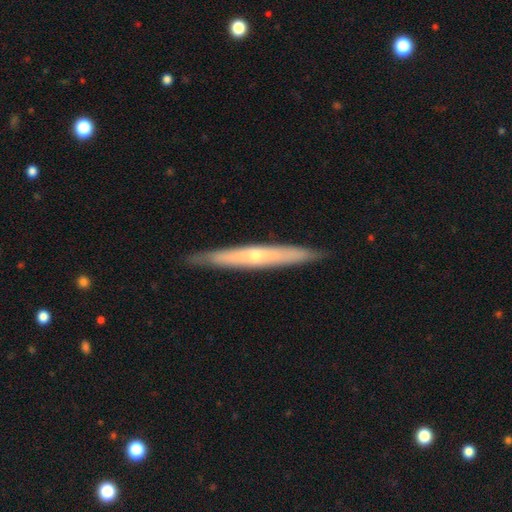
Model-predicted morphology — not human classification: featured or disk 64%, smooth 31%, star or artifact 6%. Down the decision tree: edge-on disk — yes (91%); edge-on bulge — rounded (66%); merging — none (89%).